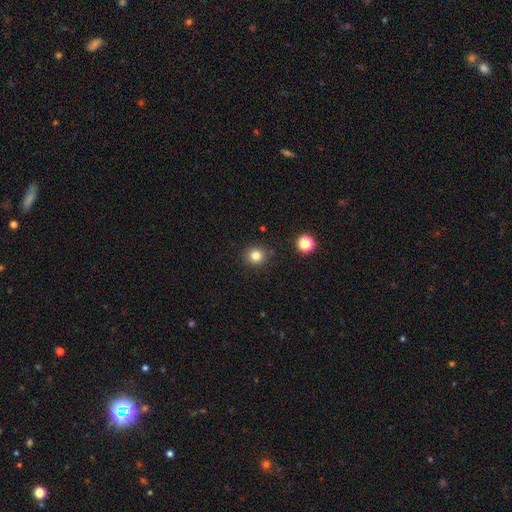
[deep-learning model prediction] Smooth or featured? smooth (81%)
How rounded? round (89%)
Merging? none (89%)